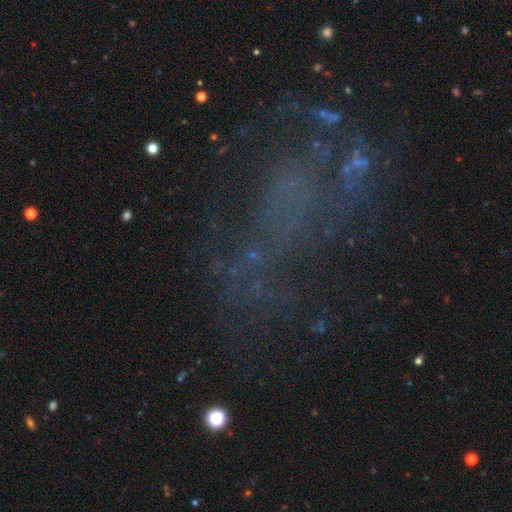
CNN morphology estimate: smooth-or-featured: featured or disk: 48% | star or artifact: 33% | smooth: 20%
  merging: none: 46% | major disturbance: 33% | minor disturbance: 15% | merger: 5%